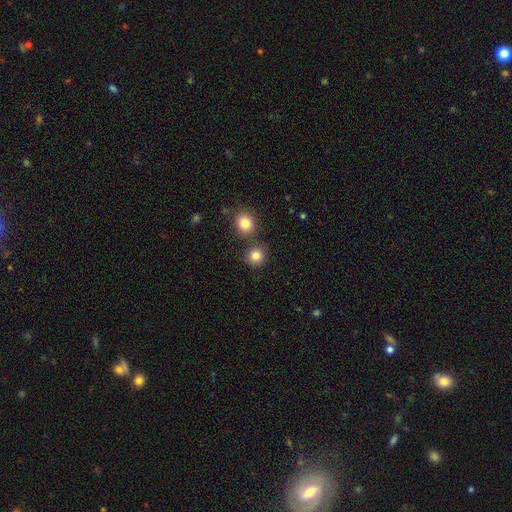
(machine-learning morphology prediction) Q: Smooth or featured?
A: smooth (82%); runner-up: star or artifact (12%)
Q: How rounded?
A: round (90%); runner-up: in between (9%)
Q: Merging?
A: none (77%); runner-up: merger (13%)